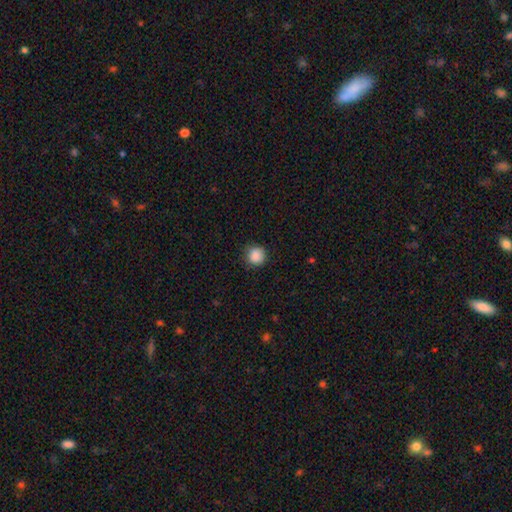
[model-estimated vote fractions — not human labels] Overall: smooth (88%). How rounded: round (92%). Merging: none (87%).